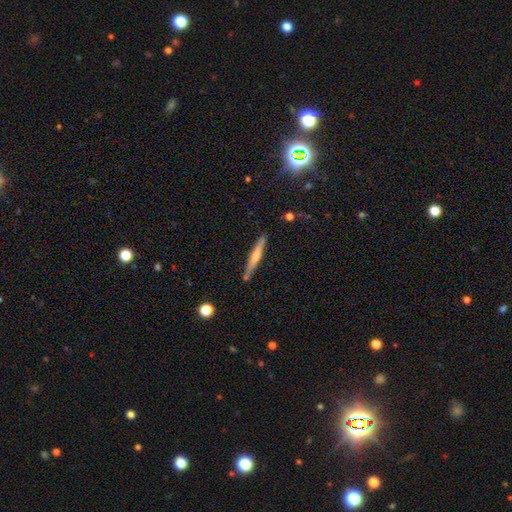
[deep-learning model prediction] A featured or disk galaxy (59%) viewed edge-on (97%) with a rounded central bulge (74%). Merging: none (85%).